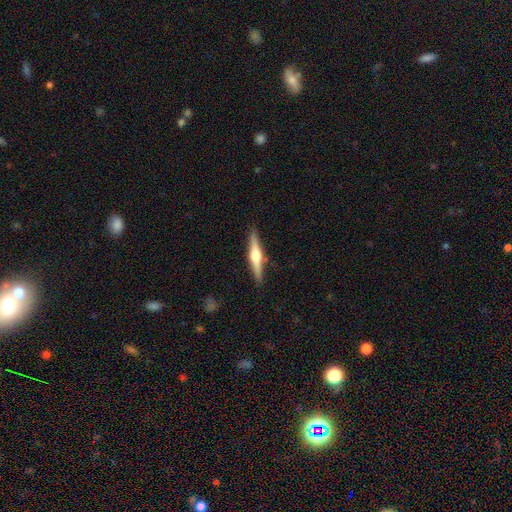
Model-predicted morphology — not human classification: Overall: featured or disk (69%). Edge-on disk: yes (98%). Edge-on bulge: rounded (92%). Merging: none (89%).